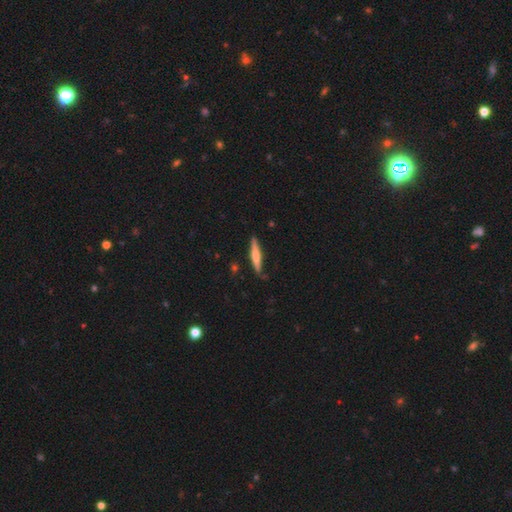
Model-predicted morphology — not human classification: The model was most divided on "smooth or featured": smooth: 48%, featured or disk: 47%, star or artifact: 5%. More confident: merging — none (86%).